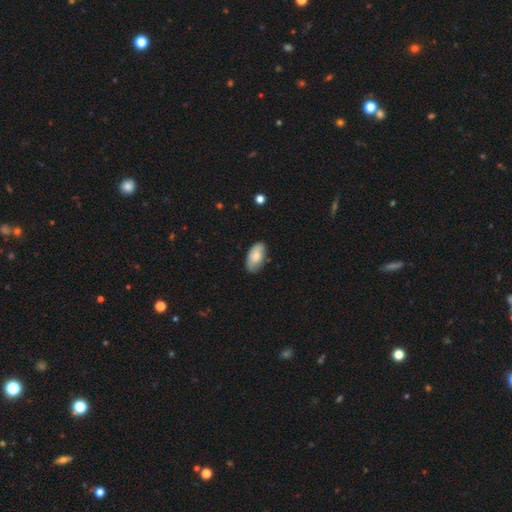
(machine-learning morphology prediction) The model was most divided on "merging": none: 77%, minor disturbance: 19%, major disturbance: 3%, merger: 1%. More confident: how rounded — in between (95%); smooth or featured — smooth (79%).